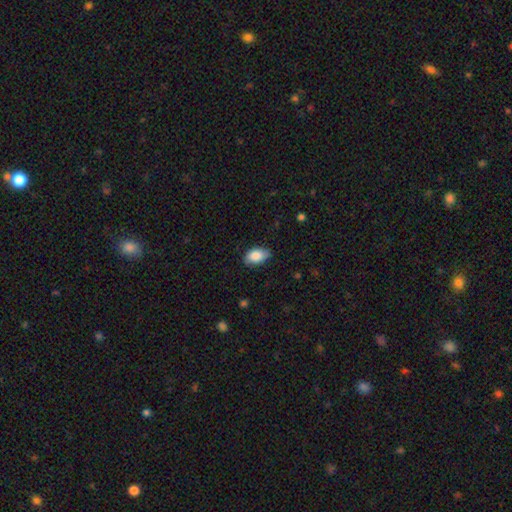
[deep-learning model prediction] Q: Smooth or featured?
A: smooth (86%); runner-up: featured or disk (7%)
Q: How rounded?
A: in between (92%); runner-up: round (6%)
Q: Merging?
A: none (79%); runner-up: minor disturbance (17%)